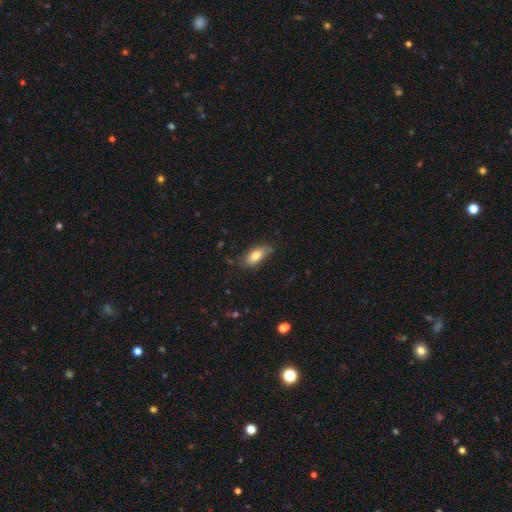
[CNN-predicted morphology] Q: Smooth or featured?
A: smooth (78%); runner-up: featured or disk (15%)
Q: How rounded?
A: in between (86%); runner-up: cigar-shaped (11%)
Q: Merging?
A: none (75%); runner-up: minor disturbance (19%)